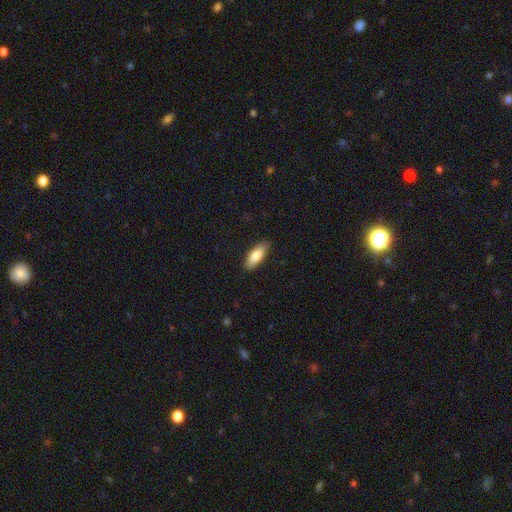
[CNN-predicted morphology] smooth_or_featured: smooth (p=0.84) [alt: featured or disk p=0.10]
how_rounded: in between (p=0.71) [alt: cigar-shaped p=0.27]
merging: none (p=0.87) [alt: minor disturbance p=0.10]